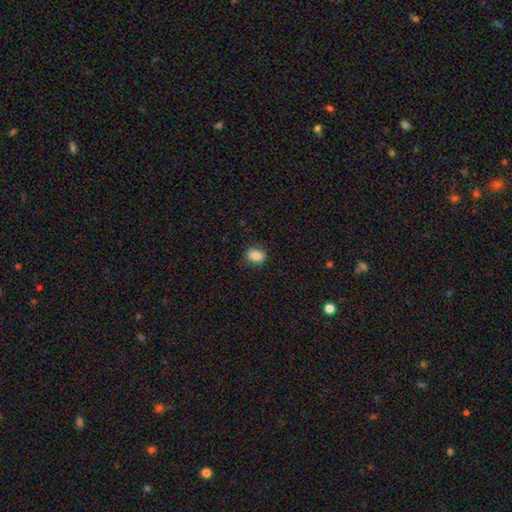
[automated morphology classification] Smooth or featured? Predicted: smooth (p=0.84). How rounded? Predicted: in between (p=0.68). Merging? Predicted: none (p=0.84).